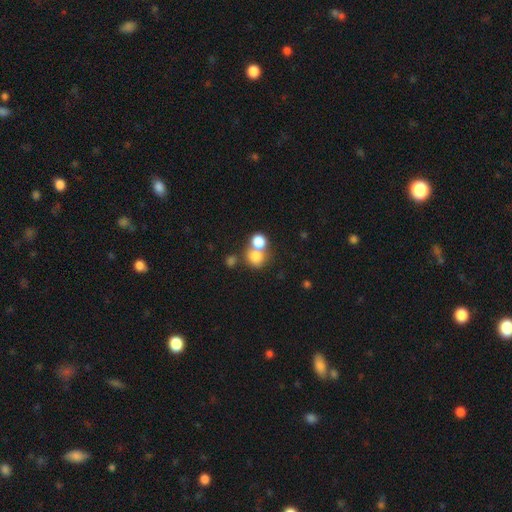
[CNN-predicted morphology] smooth_or_featured: smooth (p=0.78) [alt: star or artifact p=0.12]
how_rounded: round (p=0.75) [alt: in between p=0.24]
merging: merger (p=0.49) [alt: none p=0.40]